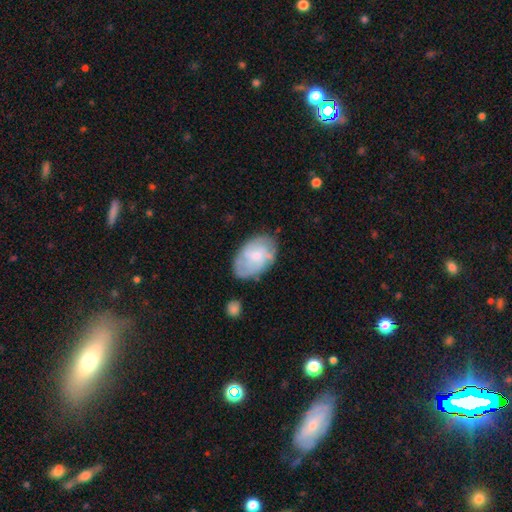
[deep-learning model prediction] This is possibly a featured or disk galaxy (52%). It is clearly not viewed edge-on (96%). Merging: likely none (71%).